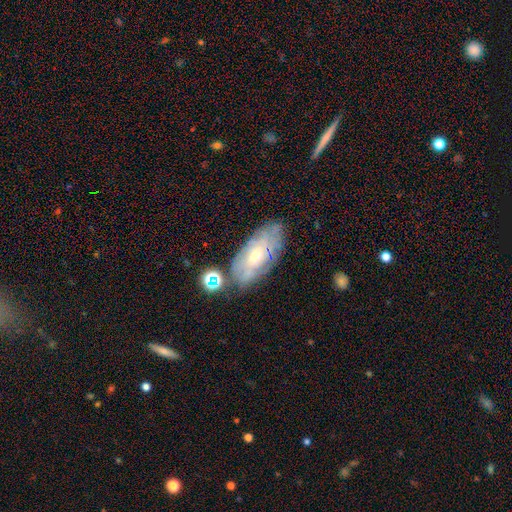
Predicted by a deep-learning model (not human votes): Overall: featured or disk (63%; smooth 28%). Edge-on disk: no (89%). Bar: no (72%). Spiral arms: yes (66%; no 34%). Bulge size: small (54%; moderate 41%). Merging: none (69%).